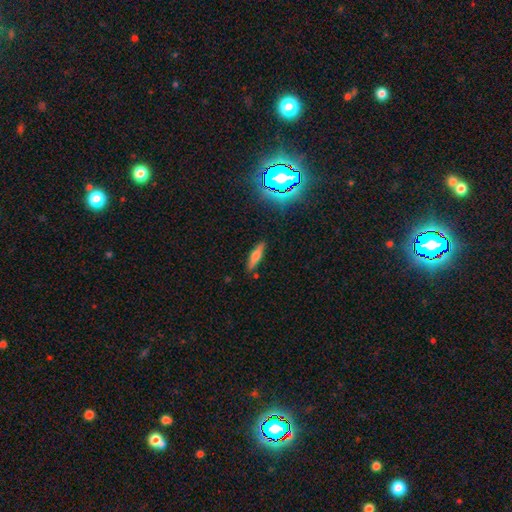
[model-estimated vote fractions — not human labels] Smooth or featured?
  - smooth: 55% *
  - featured or disk: 34%
  - star or artifact: 11%
How rounded?
  - cigar-shaped: 71% *
  - in between: 26%
  - round: 3%
Merging?
  - none: 86% *
  - minor disturbance: 10%
  - major disturbance: 2%
  - merger: 2%